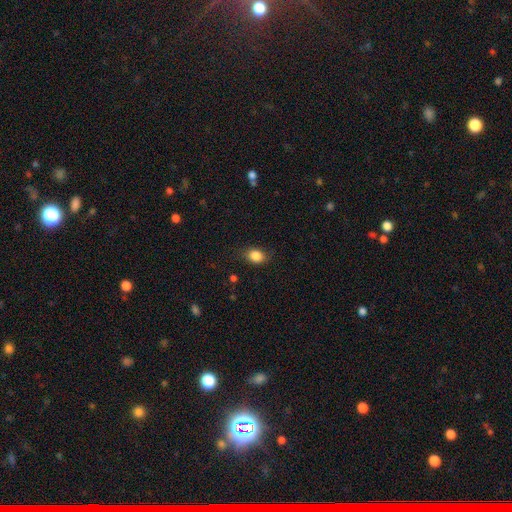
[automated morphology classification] Smooth or featured?
  - smooth: 85% *
  - star or artifact: 9%
  - featured or disk: 6%
How rounded?
  - in between: 68% *
  - round: 31%
  - cigar-shaped: 1%
Merging?
  - none: 80% *
  - minor disturbance: 15%
  - major disturbance: 4%
  - merger: 1%